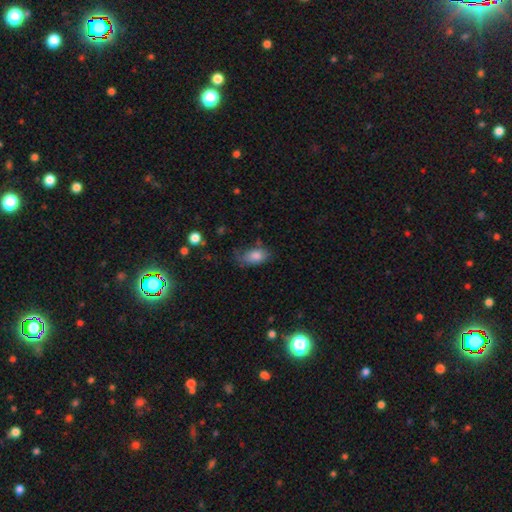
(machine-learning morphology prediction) A smooth galaxy with no disk features (82%) that is in between round and cigar-shaped (89%). Merging: none (55%).